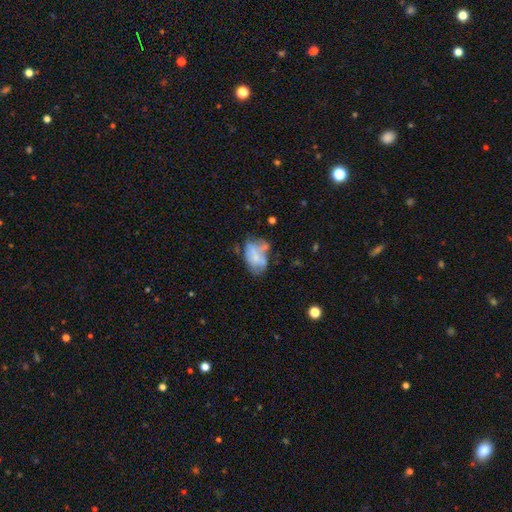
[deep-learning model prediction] smooth_or_featured: smooth (p=0.53) [alt: featured or disk p=0.37]
how_rounded: in between (p=0.85) [alt: round p=0.13]
merging: none (p=0.32) [alt: minor disturbance p=0.29]